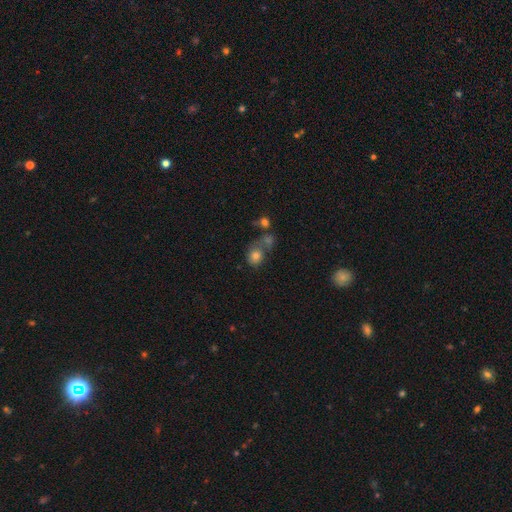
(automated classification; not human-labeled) Overall: smooth (75%). How rounded: round (63%; in between 36%). Merging: merger (42%; none 33%).